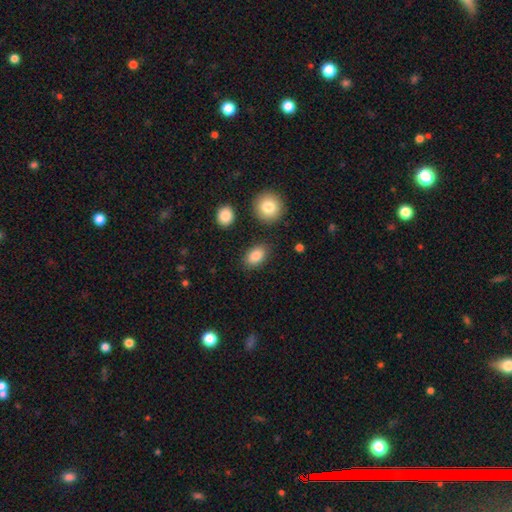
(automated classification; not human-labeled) Q: Smooth or featured?
A: smooth (84%); runner-up: star or artifact (9%)
Q: How rounded?
A: in between (82%); runner-up: round (17%)
Q: Merging?
A: none (84%); runner-up: minor disturbance (10%)